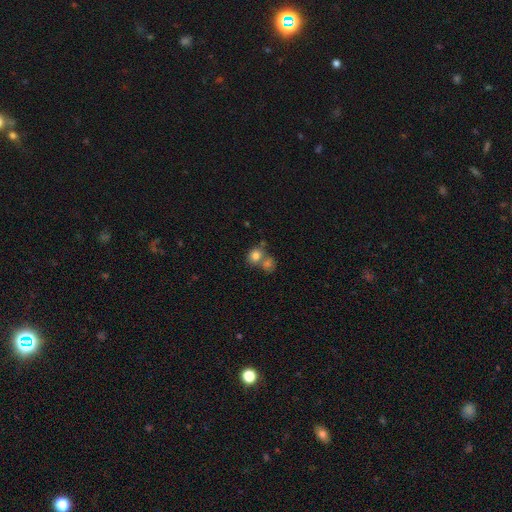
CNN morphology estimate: Q: Smooth or featured?
A: smooth (79%); runner-up: star or artifact (11%)
Q: How rounded?
A: round (70%); runner-up: in between (29%)
Q: Merging?
A: none (44%); runner-up: merger (42%)